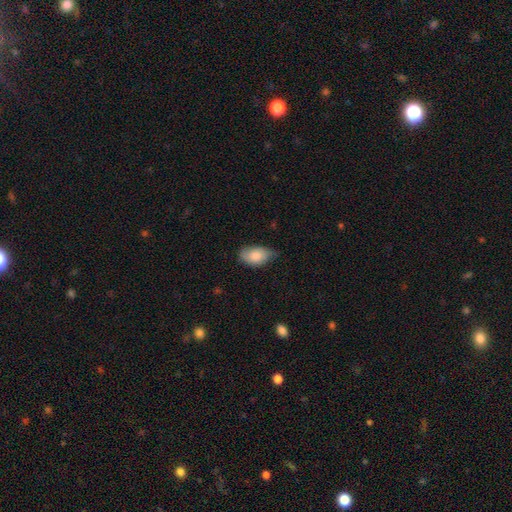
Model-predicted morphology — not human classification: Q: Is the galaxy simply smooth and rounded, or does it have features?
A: smooth — 83%.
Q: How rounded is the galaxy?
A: in between — 91%.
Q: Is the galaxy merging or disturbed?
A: none — 52%.